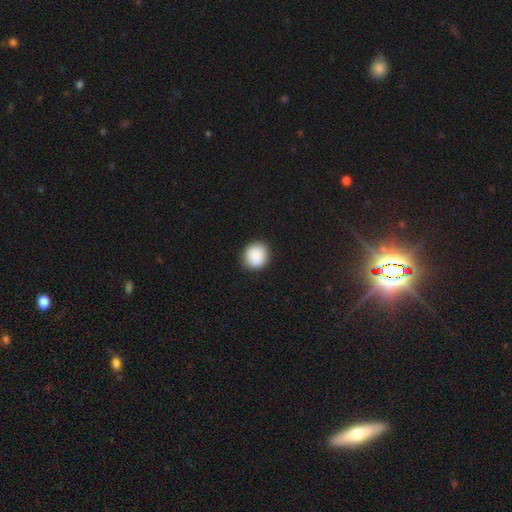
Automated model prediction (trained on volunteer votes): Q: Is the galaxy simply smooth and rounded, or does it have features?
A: smooth — 90%.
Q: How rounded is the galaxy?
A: round — 86%.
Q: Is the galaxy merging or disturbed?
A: none — 90%.